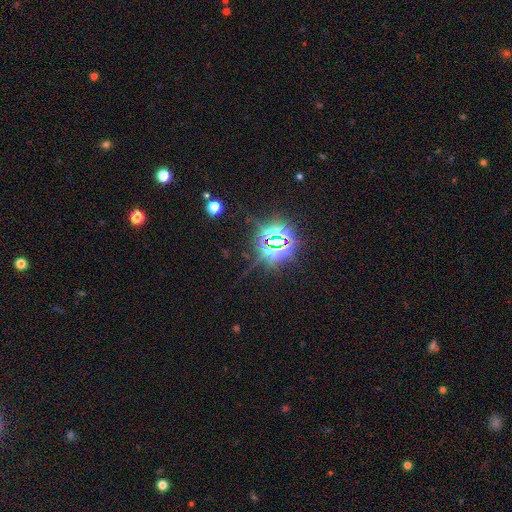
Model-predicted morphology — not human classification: smooth-or-featured: star or artifact: 67% | smooth: 26% | featured or disk: 7%